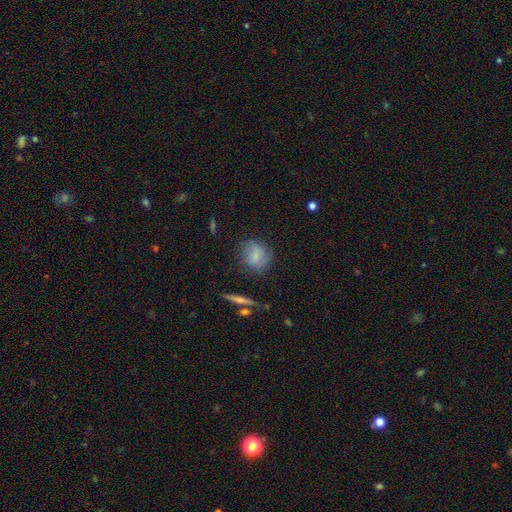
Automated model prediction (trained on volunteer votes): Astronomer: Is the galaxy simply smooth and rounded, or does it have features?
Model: smooth — 72%.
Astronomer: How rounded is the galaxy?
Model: round — 72%.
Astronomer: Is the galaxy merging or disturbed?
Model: none — 72%.